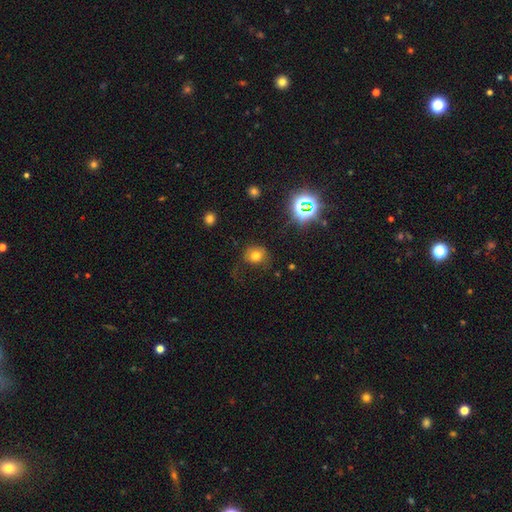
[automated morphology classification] A smooth galaxy with no disk features (72%) that is round (73%).

Vote fractions:
- Smooth or featured? smooth: 72% / star or artifact: 17% / featured or disk: 11%
- How rounded? round: 73% / in between: 26% / cigar-shaped: 1%
- Merging? none: 64% / minor disturbance: 19% / major disturbance: 15% / merger: 2%